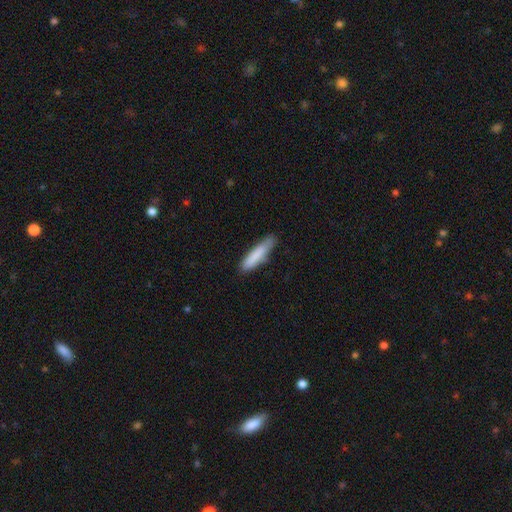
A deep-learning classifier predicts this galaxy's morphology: smooth_or_featured: smooth (p=0.83) [alt: featured or disk p=0.12]
how_rounded: cigar-shaped (p=0.84) [alt: in between p=0.15]
merging: none (p=0.73) [alt: minor disturbance p=0.21]